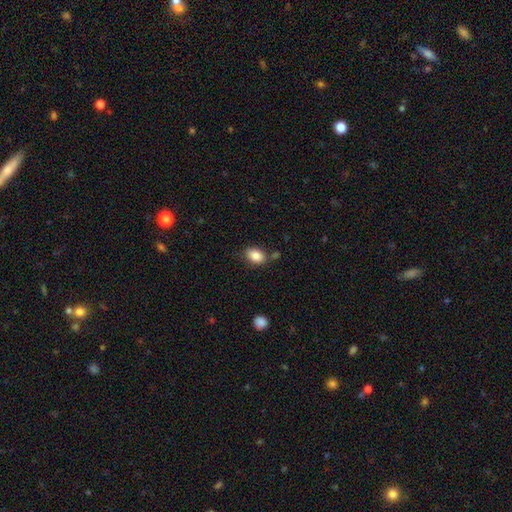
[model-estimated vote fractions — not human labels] Smooth or featured? Predicted: smooth (p=0.86). How rounded? Predicted: in between (p=0.81). Merging? Predicted: none (p=0.71).